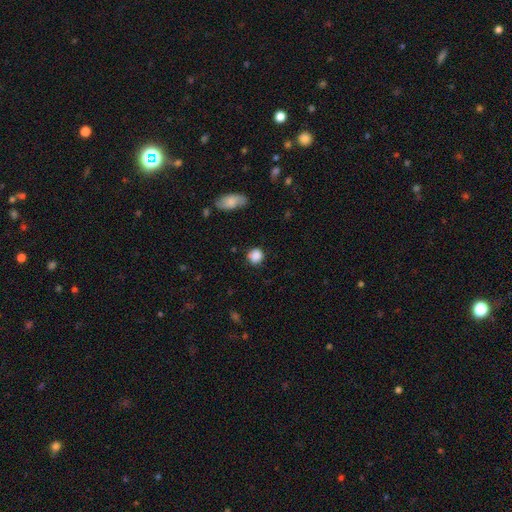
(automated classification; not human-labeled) smooth_or_featured: smooth (p=0.87) [alt: star or artifact p=0.09]
how_rounded: round (p=0.85) [alt: in between p=0.13]
merging: none (p=0.81) [alt: minor disturbance p=0.13]